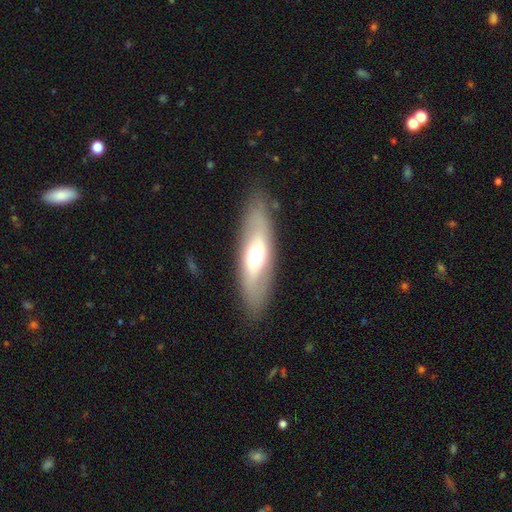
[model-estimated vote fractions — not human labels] Q: Smooth or featured?
A: smooth (49%); runner-up: featured or disk (44%)
Q: Merging?
A: none (85%); runner-up: minor disturbance (10%)